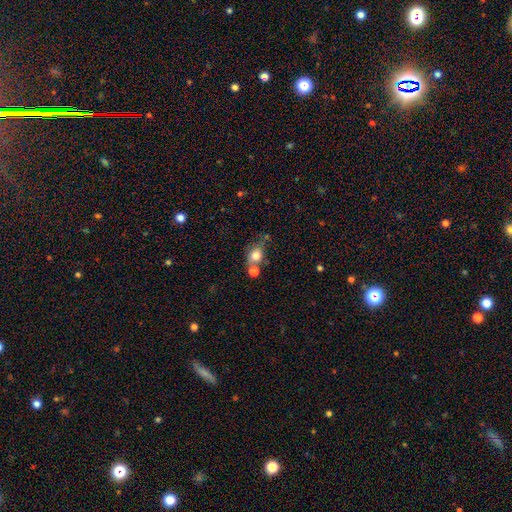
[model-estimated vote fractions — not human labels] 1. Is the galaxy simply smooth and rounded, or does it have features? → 77% smooth, 12% featured or disk, 11% star or artifact.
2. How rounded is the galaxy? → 51% in between, 47% round, 2% cigar-shaped.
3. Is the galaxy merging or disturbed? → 49% none, 29% merger, 15% minor disturbance, 7% major disturbance.